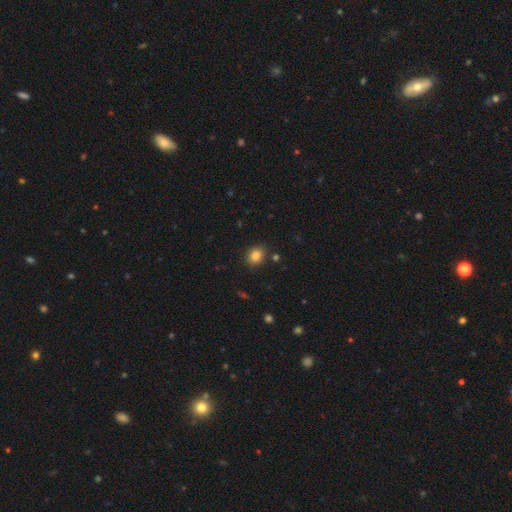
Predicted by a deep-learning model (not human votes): Q: Smooth or featured?
A: smooth (83%); runner-up: star or artifact (11%)
Q: How rounded?
A: round (60%); runner-up: in between (39%)
Q: Merging?
A: none (85%); runner-up: minor disturbance (10%)